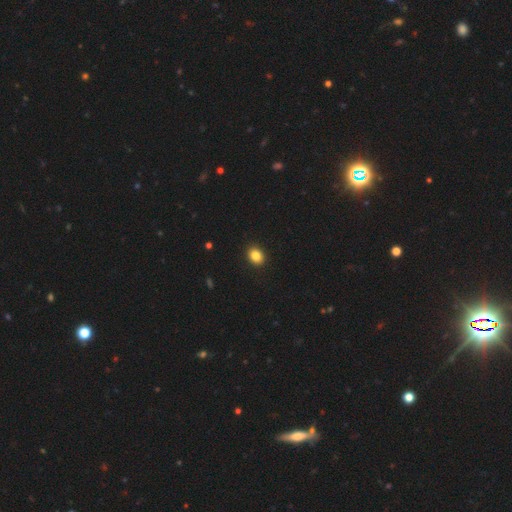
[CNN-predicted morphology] This is clearly a smooth galaxy (85%). How rounded: possibly in between (55%). Merging: clearly none (91%).